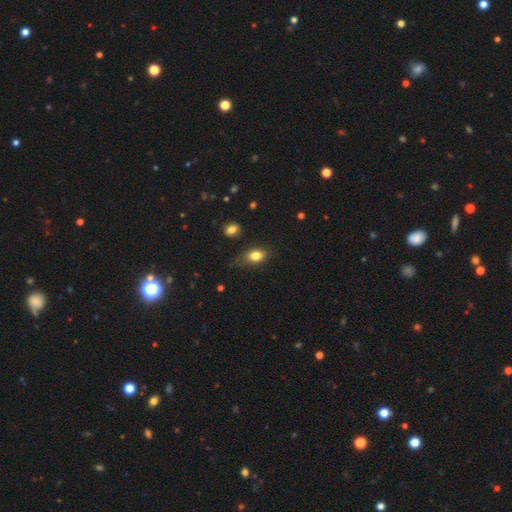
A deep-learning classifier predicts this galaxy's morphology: The model was most divided on "merging": none: 64%, minor disturbance: 26%, major disturbance: 8%, merger: 2%. More confident: smooth or featured — smooth (81%); how rounded — in between (79%).